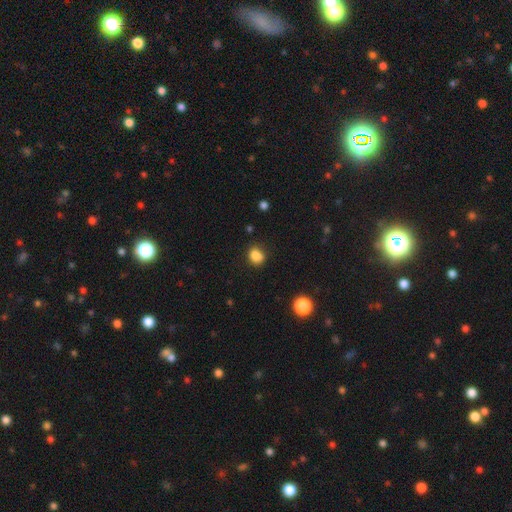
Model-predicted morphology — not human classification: Q: Smooth or featured?
A: smooth (85%); runner-up: star or artifact (11%)
Q: How rounded?
A: round (52%); runner-up: in between (47%)
Q: Merging?
A: none (77%); runner-up: minor disturbance (16%)